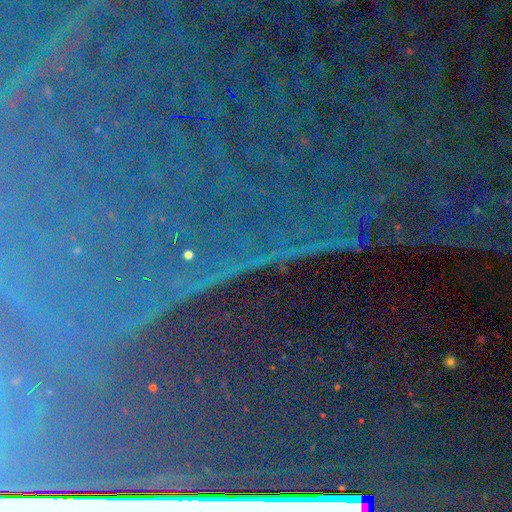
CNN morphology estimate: Smooth or featured?
  - star or artifact: 86% *
  - featured or disk: 8%
  - smooth: 6%